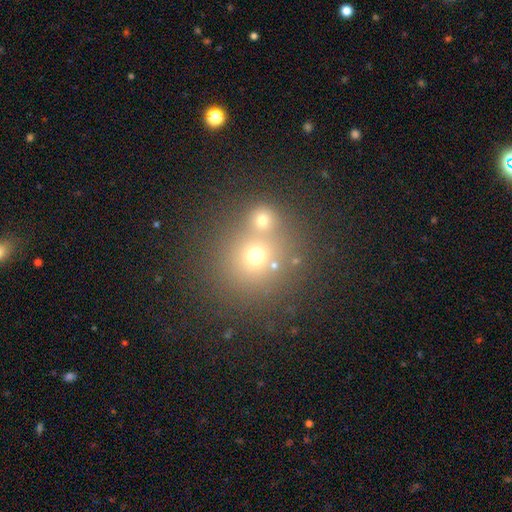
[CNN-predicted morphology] Smooth or featured?
  - smooth: 64% *
  - star or artifact: 21%
  - featured or disk: 15%
How rounded?
  - round: 88% *
  - in between: 11%
  - cigar-shaped: 1%
Merging?
  - none: 52% *
  - merger: 37%
  - minor disturbance: 7%
  - major disturbance: 3%